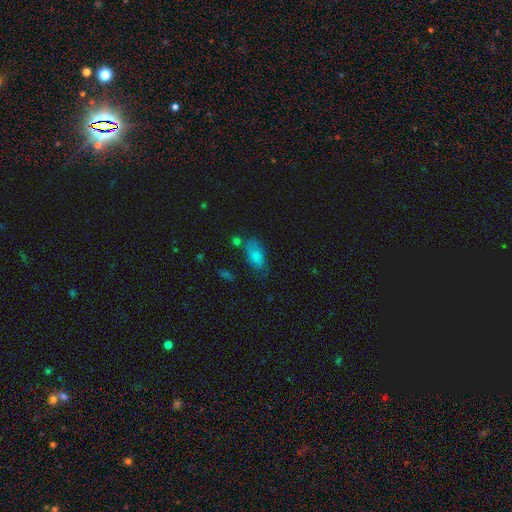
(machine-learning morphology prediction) type=smooth (75%); roundness=in between (90%); merging=none (55%).